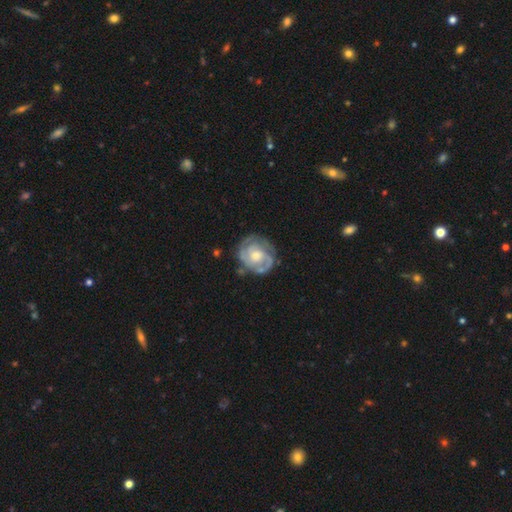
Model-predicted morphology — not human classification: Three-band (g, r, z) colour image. It shows a featured or disk galaxy (83%) with no bar (68%), 2 (47%) tight (59%) spiral arms (93%) and a moderate central bulge (56%). Merging: none (72%).